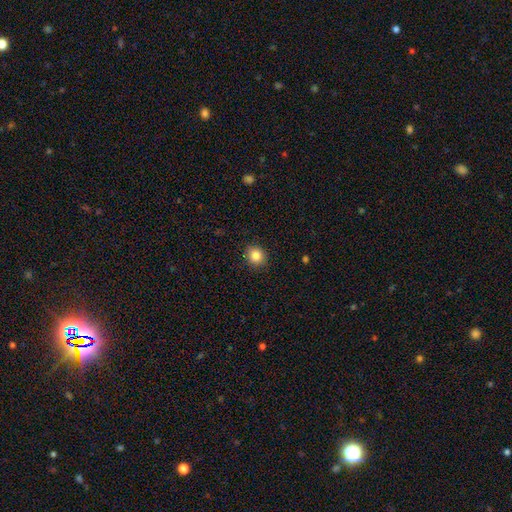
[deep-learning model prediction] Smooth or featured?
  - smooth: 84% *
  - star or artifact: 10%
  - featured or disk: 6%
How rounded?
  - round: 75% *
  - in between: 24%
  - cigar-shaped: 1%
Merging?
  - none: 89% *
  - minor disturbance: 8%
  - major disturbance: 2%
  - merger: 1%